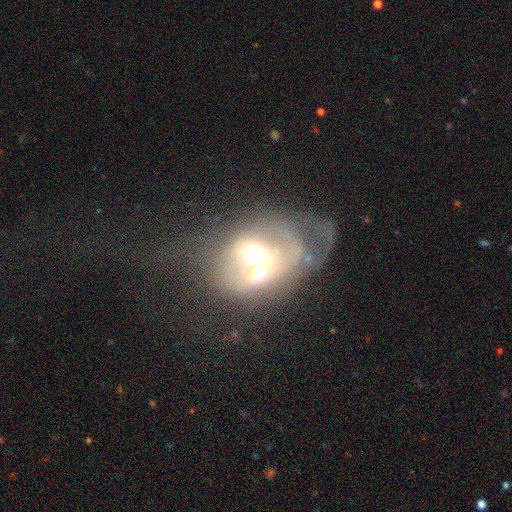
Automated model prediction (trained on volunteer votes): This is possibly a featured or disk galaxy (55%). It is clearly not viewed edge-on (95%). Bar: clearly no (83%). Spiral arm pattern: likely no (72%). Central bulge: likely moderate (65%). Merging: possibly merger (52%).